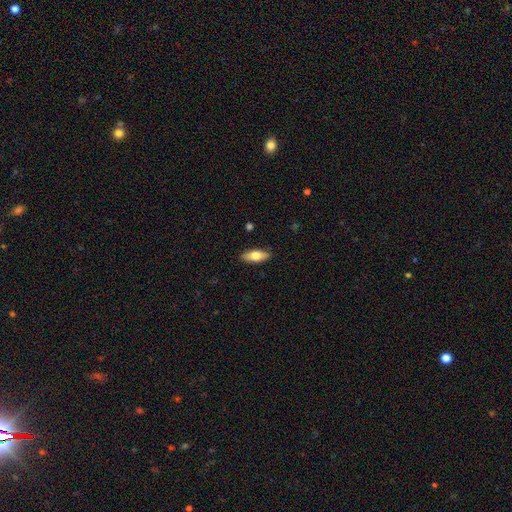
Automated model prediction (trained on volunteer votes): Smooth or featured? Predicted: smooth (p=0.70). How rounded? Predicted: in between (p=0.73). Merging? Predicted: none (p=0.89).